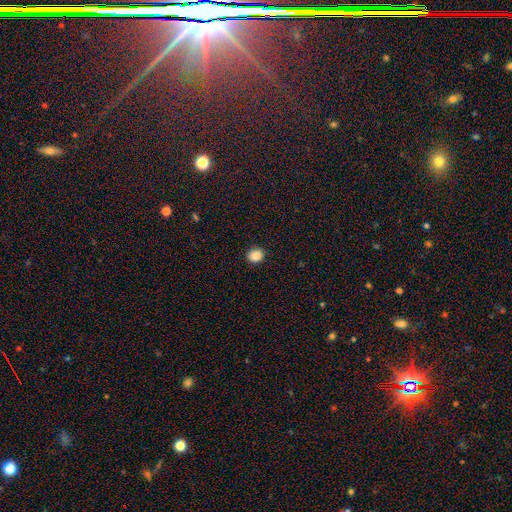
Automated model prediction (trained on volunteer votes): Smooth or featured? smooth (88%)
How rounded? round (63%)
Merging? none (91%)